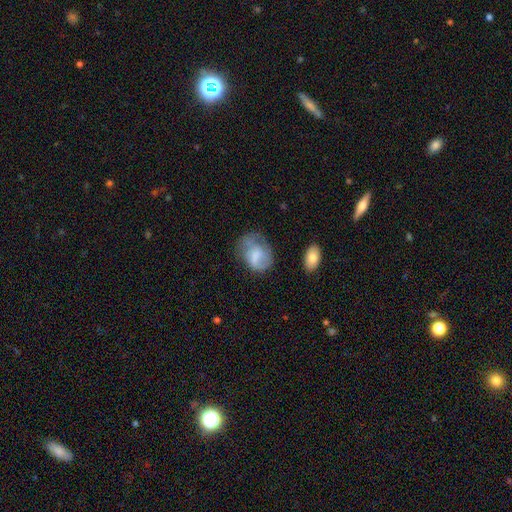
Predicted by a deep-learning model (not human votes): smooth_or_featured: smooth (p=0.55) [alt: featured or disk p=0.36]
how_rounded: in between (p=0.60) [alt: round p=0.38]
merging: none (p=0.38) [alt: major disturbance p=0.30]